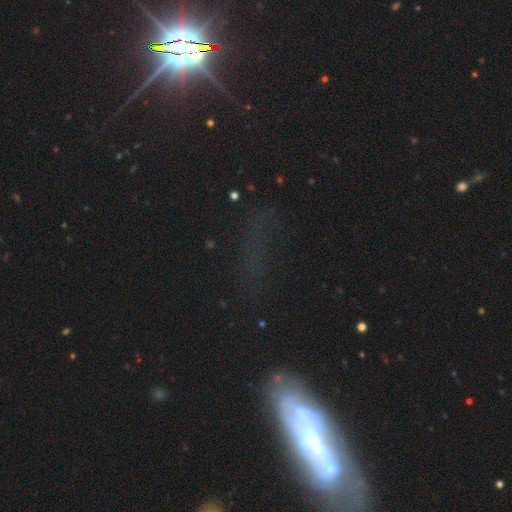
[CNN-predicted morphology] Smooth or featured: featured or disk — 40% (star or artifact — 37%)
Merging: none — 46% (major disturbance — 26%)